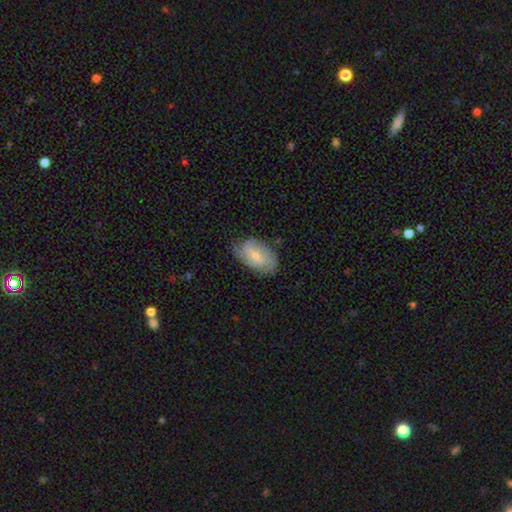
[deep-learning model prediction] The model was most divided on "bulge size": small: 55%, moderate: 40%, none: 2%, large: 2%, dominant: 1%. More confident: edge-on disk — no (96%); spiral arms — yes (84%); merging — none (66%); bar — no (63%); smooth or featured — featured or disk (58%).